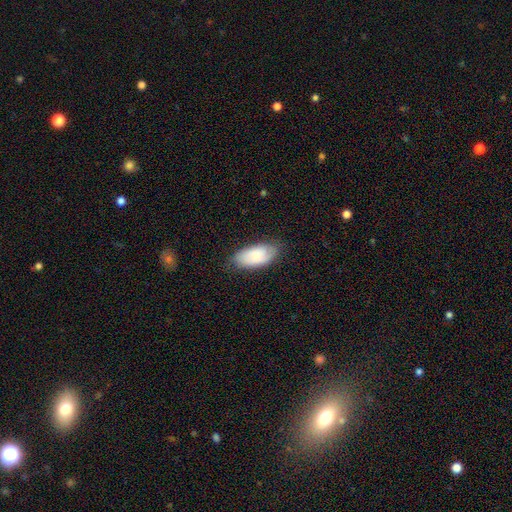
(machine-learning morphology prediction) smooth_or_featured: smooth (p=0.74) [alt: featured or disk p=0.19]
how_rounded: in between (p=0.93) [alt: cigar-shaped p=0.05]
merging: none (p=0.73) [alt: minor disturbance p=0.21]